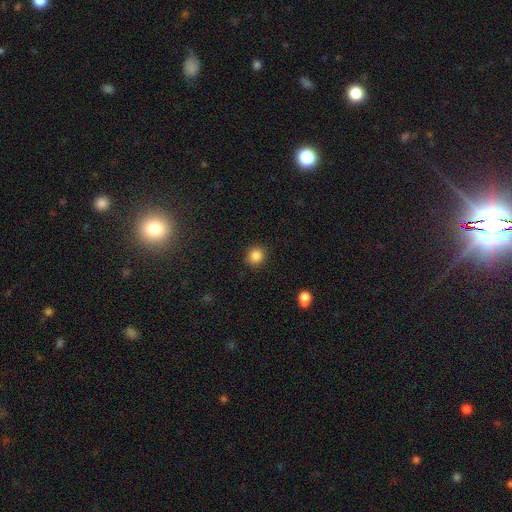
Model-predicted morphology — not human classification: Smooth or featured? smooth (86%)
How rounded? round (88%)
Merging? none (89%)